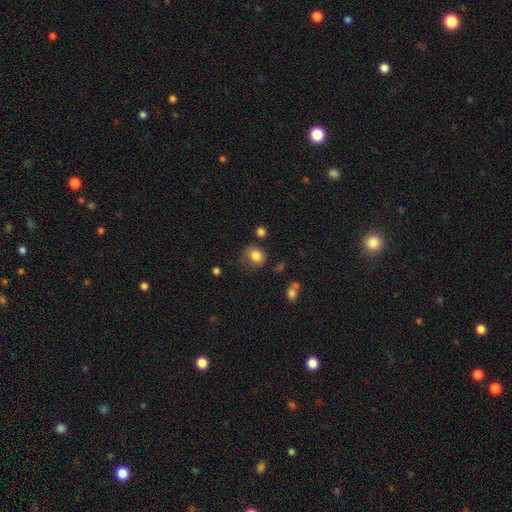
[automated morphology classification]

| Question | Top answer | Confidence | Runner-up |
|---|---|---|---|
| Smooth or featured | smooth | 80% | featured or disk (10%) |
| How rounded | round | 66% | in between (33%) |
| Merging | none | 55% | minor disturbance (27%) |